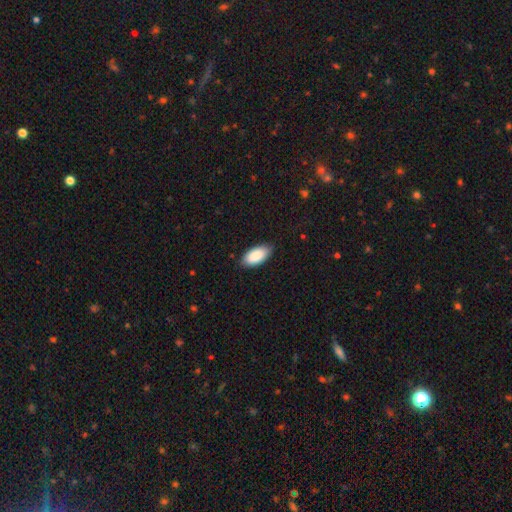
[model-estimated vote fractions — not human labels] smooth_or_featured: smooth (p=0.89) [alt: star or artifact p=0.06]
how_rounded: in between (p=0.94) [alt: cigar-shaped p=0.04]
merging: none (p=0.85) [alt: minor disturbance p=0.12]